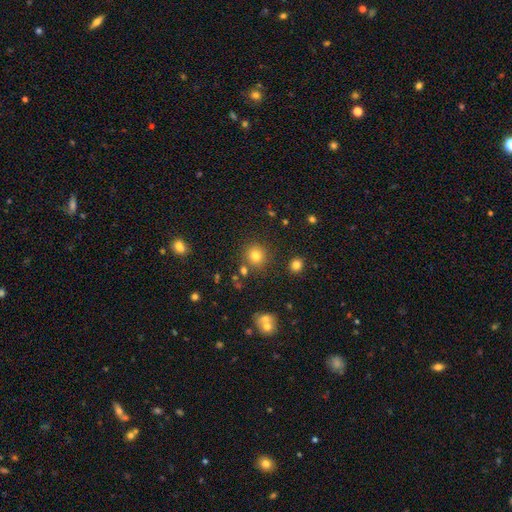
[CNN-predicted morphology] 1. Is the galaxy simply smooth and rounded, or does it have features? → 78% smooth, 14% star or artifact, 7% featured or disk.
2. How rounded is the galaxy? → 90% round, 9% in between, 1% cigar-shaped.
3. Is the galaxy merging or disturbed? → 82% none, 8% minor disturbance, 6% merger, 3% major disturbance.